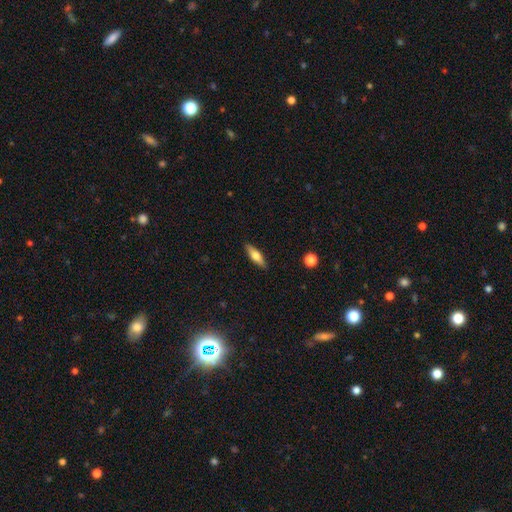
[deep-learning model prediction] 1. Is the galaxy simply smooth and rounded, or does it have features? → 51% smooth, 42% featured or disk, 6% star or artifact.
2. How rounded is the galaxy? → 57% cigar-shaped, 41% in between, 3% round.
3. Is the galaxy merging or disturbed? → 89% none, 8% minor disturbance, 2% major disturbance, 1% merger.